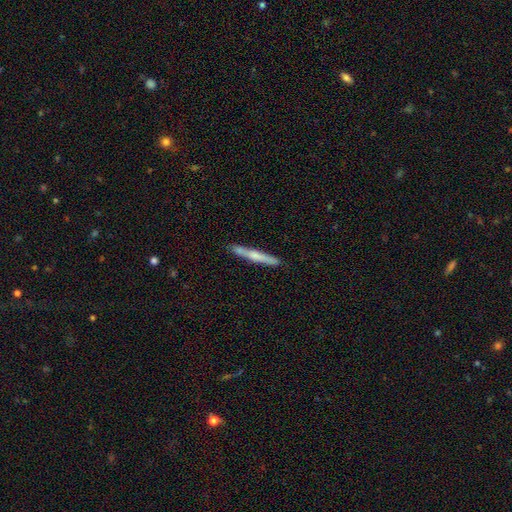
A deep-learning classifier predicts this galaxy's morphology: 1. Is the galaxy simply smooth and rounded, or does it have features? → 50% smooth, 45% featured or disk, 5% star or artifact.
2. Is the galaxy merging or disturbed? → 84% none, 11% minor disturbance, 3% merger, 2% major disturbance.